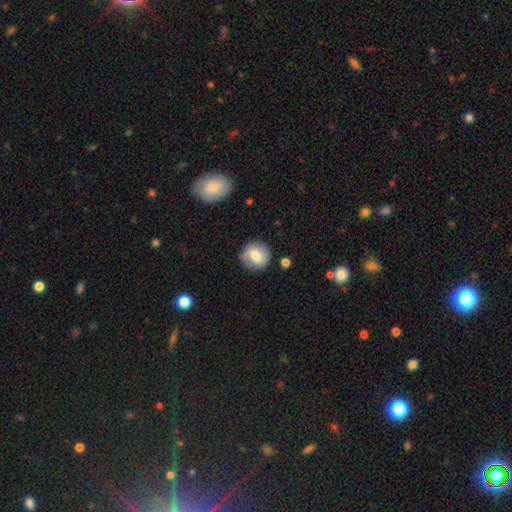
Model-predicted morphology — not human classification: Smooth or featured? smooth (68%)
How rounded? round (90%)
Merging? none (82%)